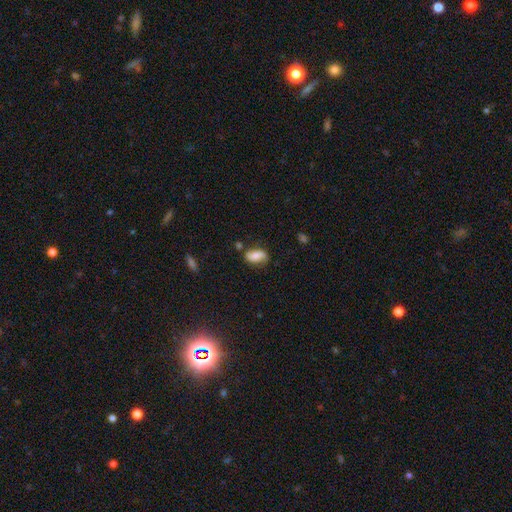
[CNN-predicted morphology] This is likely a smooth galaxy (69%). How rounded: clearly in between (90%). Merging: likely none (63%).